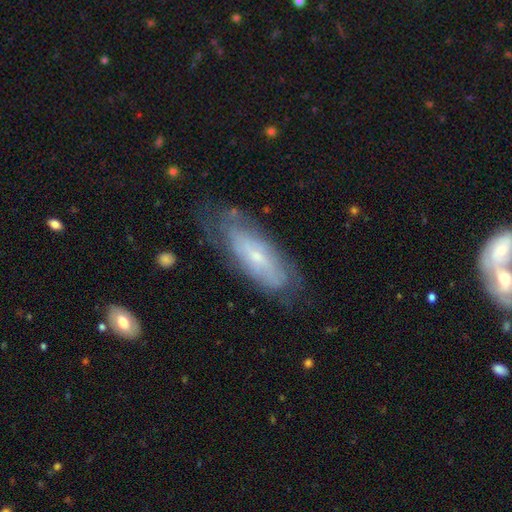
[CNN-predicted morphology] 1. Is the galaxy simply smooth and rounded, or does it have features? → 60% featured or disk, 33% smooth, 7% star or artifact.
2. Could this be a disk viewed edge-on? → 78% no, 22% yes.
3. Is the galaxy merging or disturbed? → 62% none, 25% minor disturbance, 10% major disturbance, 2% merger.